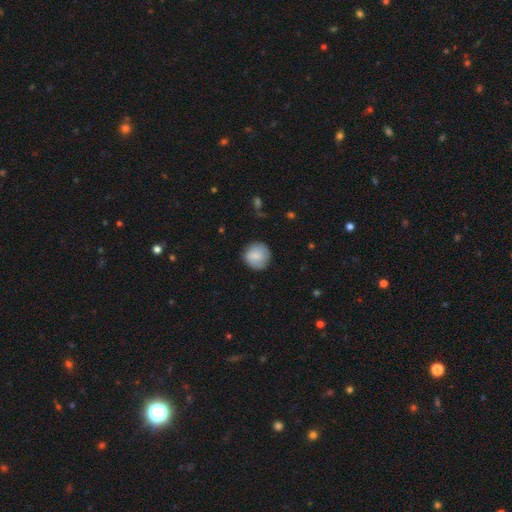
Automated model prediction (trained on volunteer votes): Smooth or featured? Predicted: smooth (p=0.84). How rounded? Predicted: round (p=0.92). Merging? Predicted: none (p=0.84).